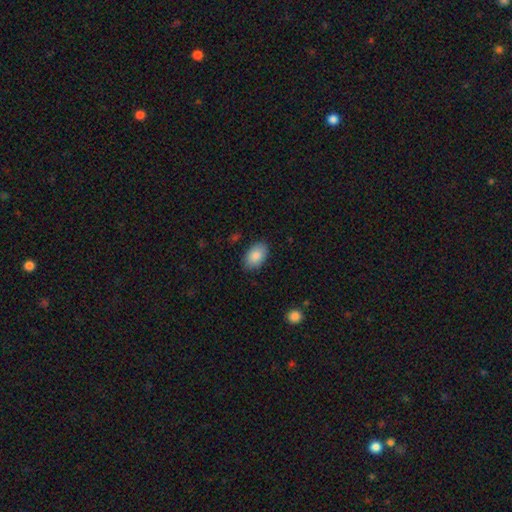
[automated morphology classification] smooth_or_featured: smooth (p=0.87) [alt: star or artifact p=0.06]
how_rounded: in between (p=0.92) [alt: round p=0.07]
merging: none (p=0.86) [alt: minor disturbance p=0.11]